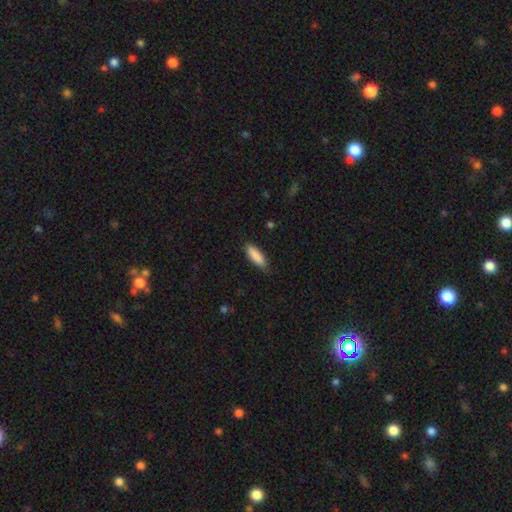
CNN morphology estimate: Q: Smooth or featured?
A: smooth (89%); runner-up: featured or disk (6%)
Q: How rounded?
A: in between (51%); runner-up: cigar-shaped (48%)
Q: Merging?
A: none (84%); runner-up: minor disturbance (13%)